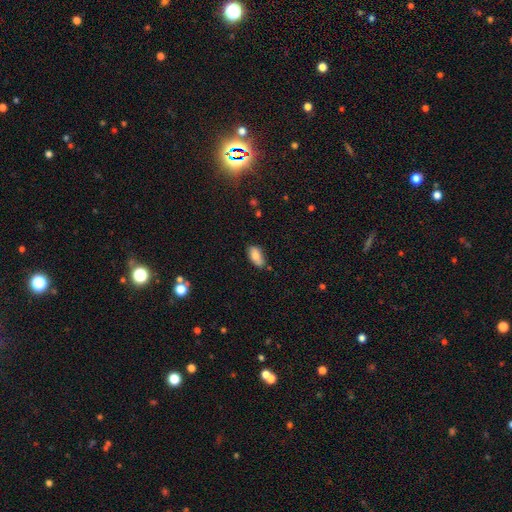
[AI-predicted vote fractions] smooth 83%, featured or disk 9%, star or artifact 8%. Down the decision tree: how rounded — in between (92%); merging — none (65%).